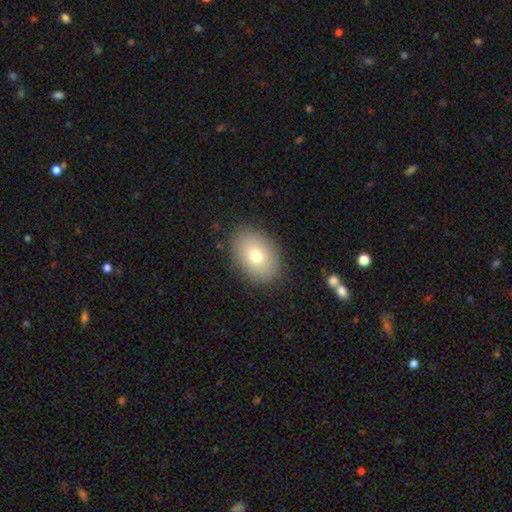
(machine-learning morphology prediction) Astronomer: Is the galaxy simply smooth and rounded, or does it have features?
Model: smooth — 75%.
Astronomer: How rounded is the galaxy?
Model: in between — 75%.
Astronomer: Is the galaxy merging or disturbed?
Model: none — 87%.